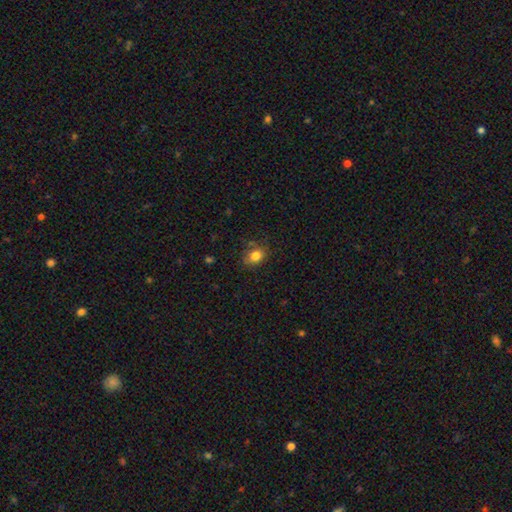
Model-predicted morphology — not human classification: This appears to be a smooth galaxy with no disk features (81%) that is in between round and cigar-shaped (57%). Merging: none (73%).